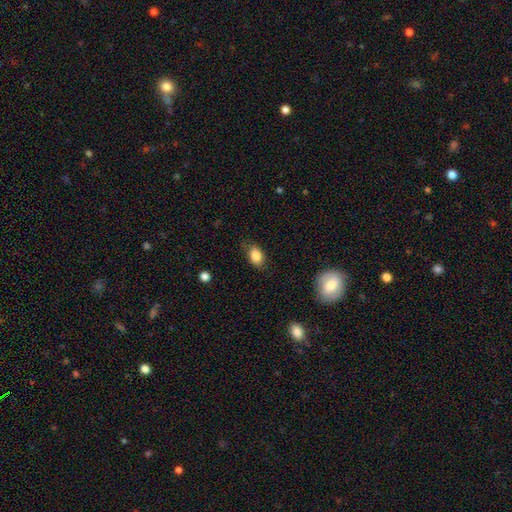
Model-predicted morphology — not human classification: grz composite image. It shows a smooth galaxy with no disk features (85%) that is in between round and cigar-shaped (84%). Merging: none (76%).